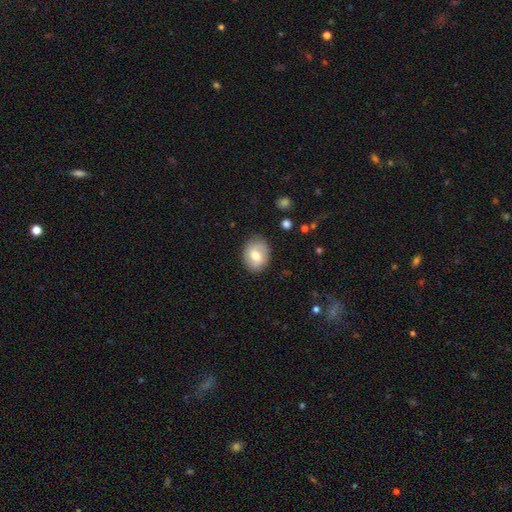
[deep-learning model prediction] smooth-or-featured: smooth: 65% | featured or disk: 28% | star or artifact: 7%
  how-rounded: in between: 59% | round: 40% | cigar-shaped: 1%
  merging: none: 82% | minor disturbance: 13% | major disturbance: 3% | merger: 1%